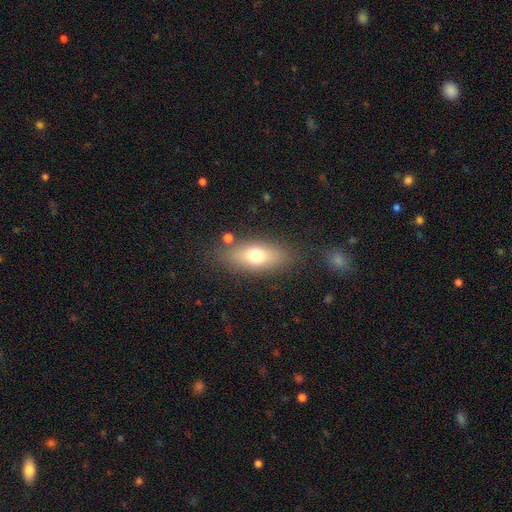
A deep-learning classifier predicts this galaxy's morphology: smooth 70%, featured or disk 21%, star or artifact 9%. Down the decision tree: how rounded — in between (78%); merging — none (80%).